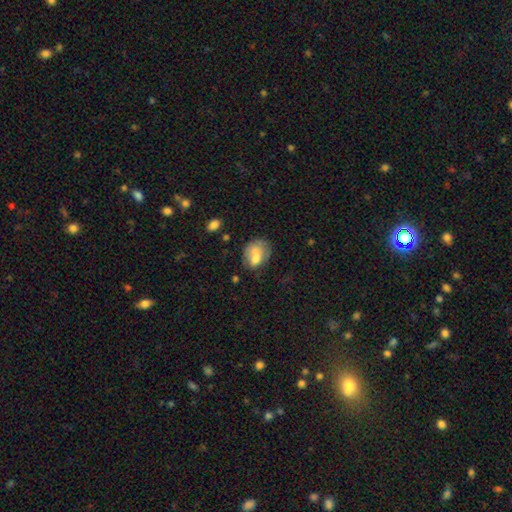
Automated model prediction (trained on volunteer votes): A smooth galaxy with no disk features (62%) that is in between round and cigar-shaped (63%). Merging: none (34%).